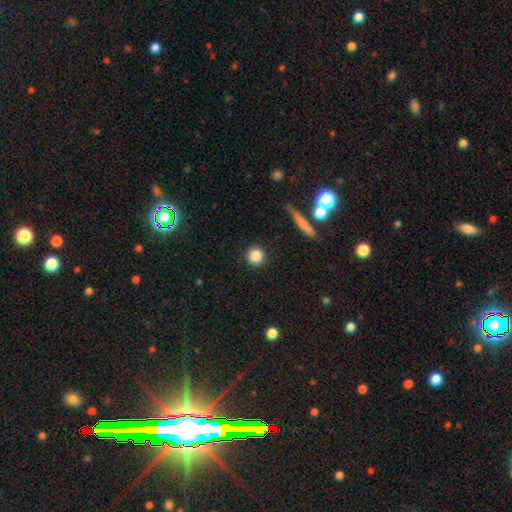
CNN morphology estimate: The model was most divided on "smooth or featured": smooth: 86%, star or artifact: 9%, featured or disk: 5%. More confident: how rounded — round (94%); merging — none (92%).